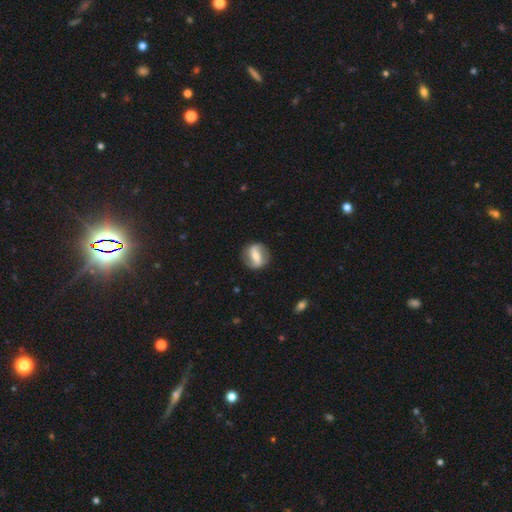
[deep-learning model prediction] Morphology: type=featured or disk (62%); edge-on=no (86%); bar=strong (68%); spiral arms=yes (55%); bulge=moderate (52%); merging=none (84%).